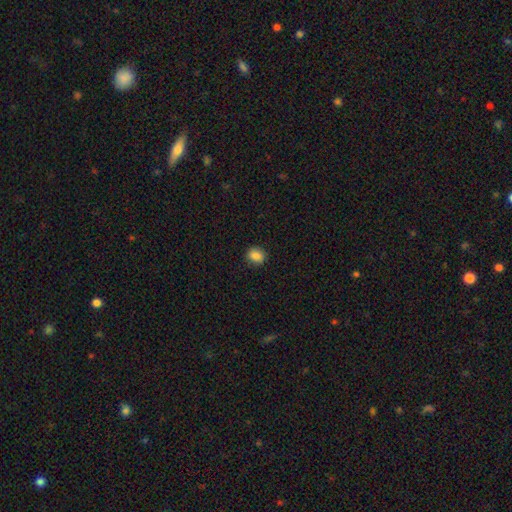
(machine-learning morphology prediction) Smooth or featured?
  - smooth: 86% *
  - star or artifact: 9%
  - featured or disk: 4%
How rounded?
  - round: 64% *
  - in between: 35%
  - cigar-shaped: 1%
Merging?
  - none: 87% *
  - minor disturbance: 9%
  - major disturbance: 2%
  - merger: 1%